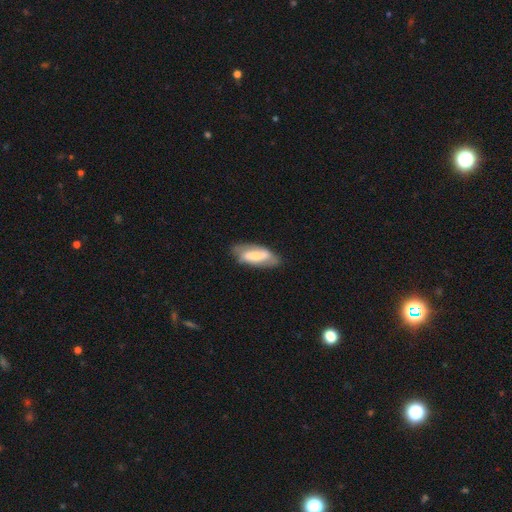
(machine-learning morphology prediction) A smooth galaxy with no disk features (48%). Merging: none (68%).